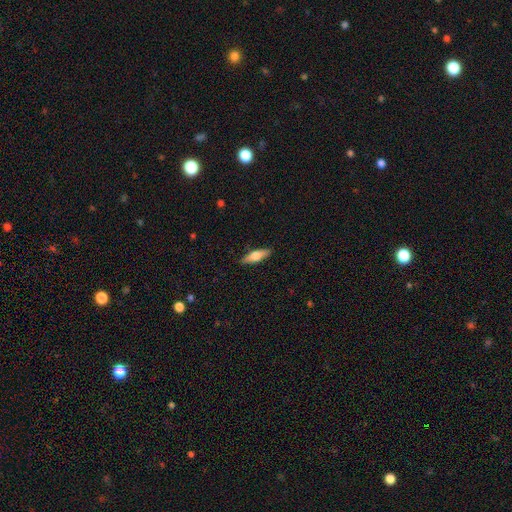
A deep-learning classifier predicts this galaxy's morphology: smooth_or_featured: smooth (p=0.56) [alt: featured or disk p=0.38]
how_rounded: cigar-shaped (p=0.50) [alt: in between p=0.48]
merging: none (p=0.88) [alt: minor disturbance p=0.09]